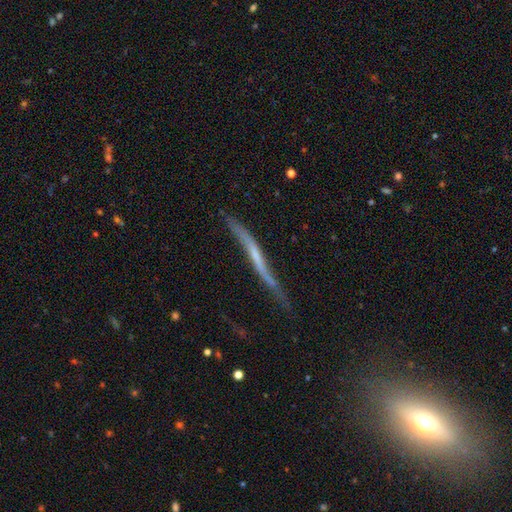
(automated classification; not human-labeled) This is likely a featured or disk galaxy (69%). It is clearly viewed edge-on (90%). Edge-on bulge: possibly none (59%). Merging: likely none (71%).